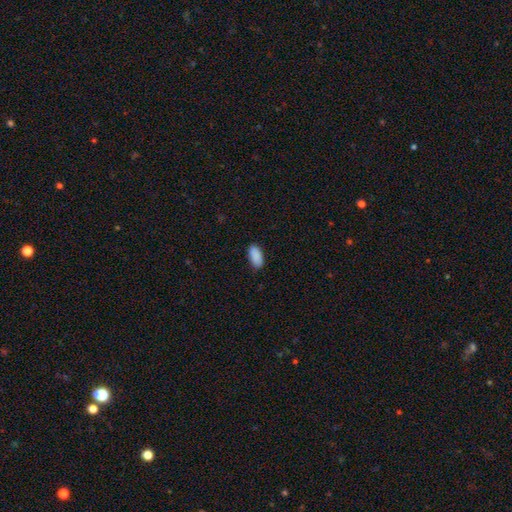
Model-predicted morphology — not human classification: This appears to be a smooth galaxy with no disk features (90%) that is in between round and cigar-shaped (93%). Merging: none (86%).